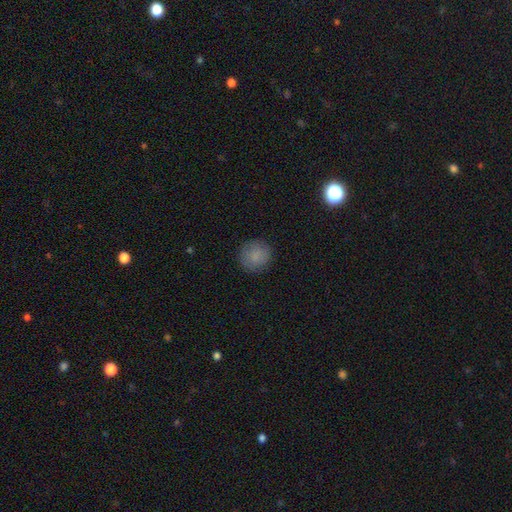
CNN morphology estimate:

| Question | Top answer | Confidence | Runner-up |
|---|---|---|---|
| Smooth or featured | smooth | 85% | star or artifact (9%) |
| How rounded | round | 92% | in between (7%) |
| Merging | none | 88% | minor disturbance (9%) |